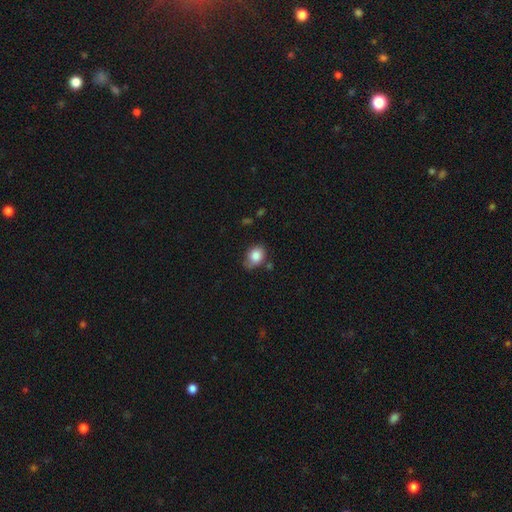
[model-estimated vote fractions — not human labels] Smooth or featured: smooth — 84% (star or artifact — 8%)
How rounded: in between — 64% (round — 35%)
Merging: none — 64% (minor disturbance — 26%)